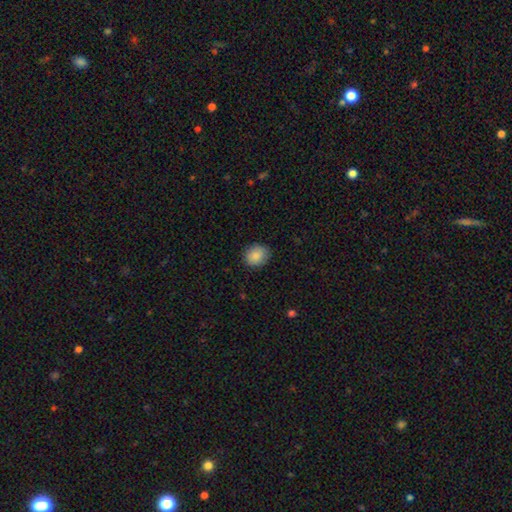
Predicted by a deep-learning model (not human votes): Smooth or featured? Predicted: smooth (p=0.88). How rounded? Predicted: round (p=0.62). Merging? Predicted: none (p=0.87).